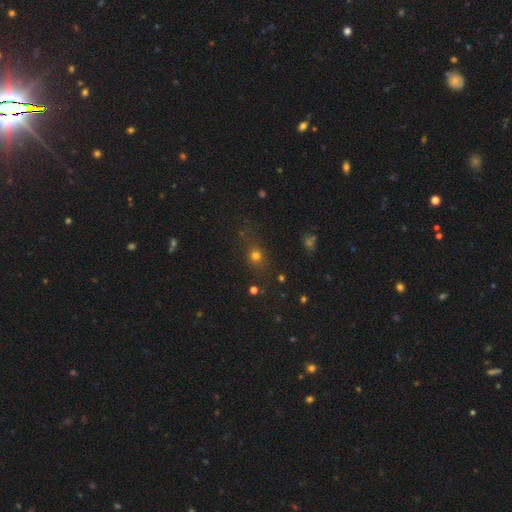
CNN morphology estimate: This appears to be a smooth galaxy with no disk features (68%) that is round (69%). Merging: none (76%).